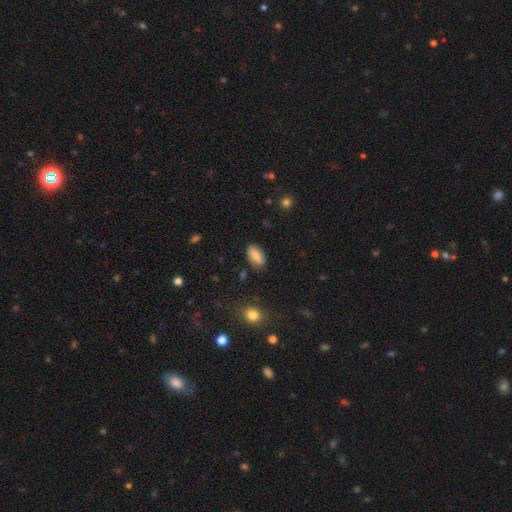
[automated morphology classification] This appears to be a smooth galaxy with no disk features (75%) that is in between round and cigar-shaped (92%). Merging: none (84%).